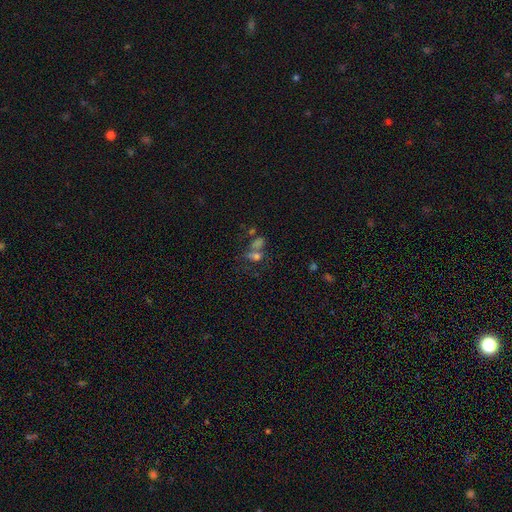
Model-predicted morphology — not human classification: Smooth or featured? smooth (51%)
How rounded? in between (59%)
Merging? merger (41%)